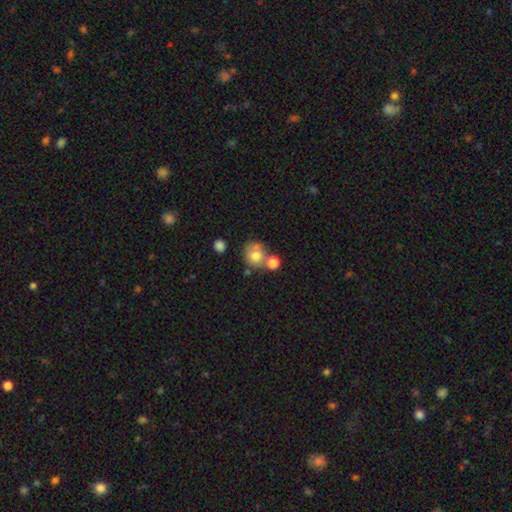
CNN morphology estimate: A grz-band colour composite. It shows a smooth galaxy with no disk features (72%) that is round (77%). Merging: none (47%).